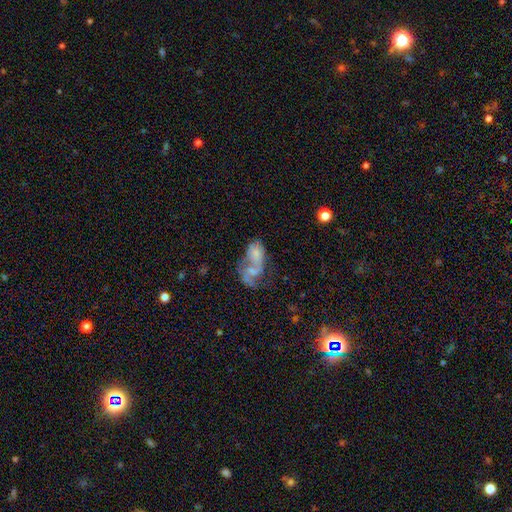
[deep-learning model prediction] The model was most divided on "smooth or featured": featured or disk: 50%, smooth: 39%, star or artifact: 11%. More confident: merging — merger (51%).